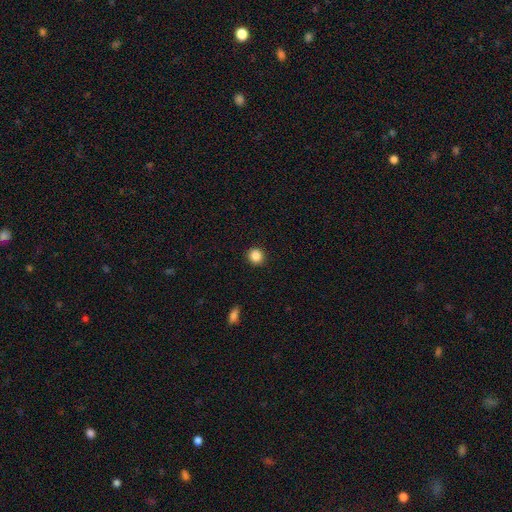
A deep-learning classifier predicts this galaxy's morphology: Smooth or featured? Predicted: smooth (p=0.87). How rounded? Predicted: round (p=0.91). Merging? Predicted: none (p=0.91).